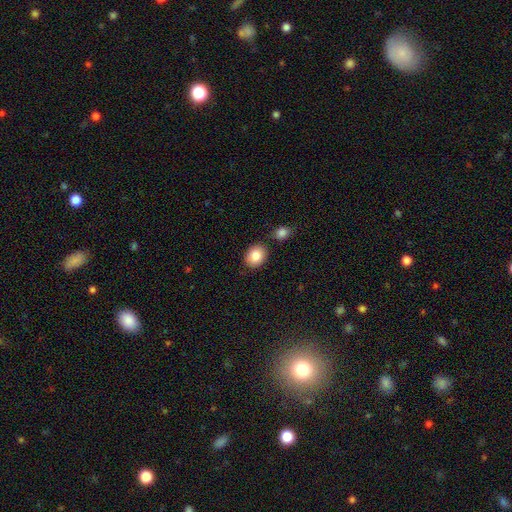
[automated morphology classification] Overall: smooth (85%). How rounded: in between (50%; round 49%). Merging: none (80%).